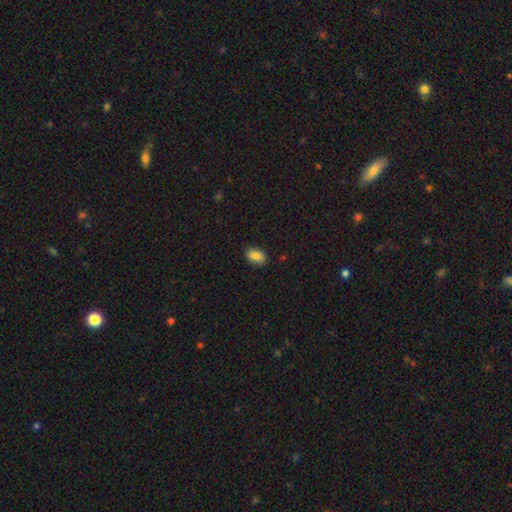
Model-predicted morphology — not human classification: type=smooth (84%); roundness=in between (88%); merging=none (86%).